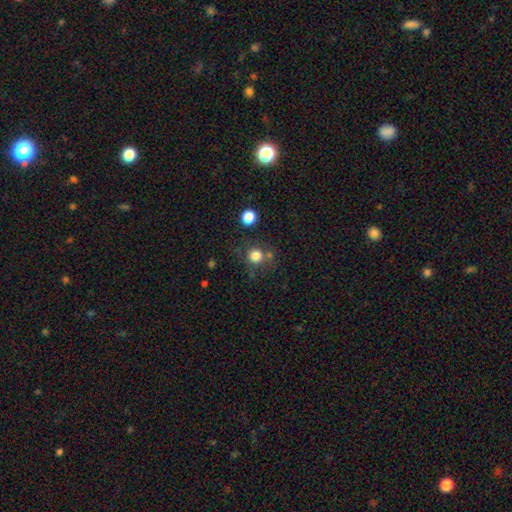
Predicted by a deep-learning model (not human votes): This appears to be a smooth galaxy with no disk features (80%) that is round (91%). Merging: none (69%).